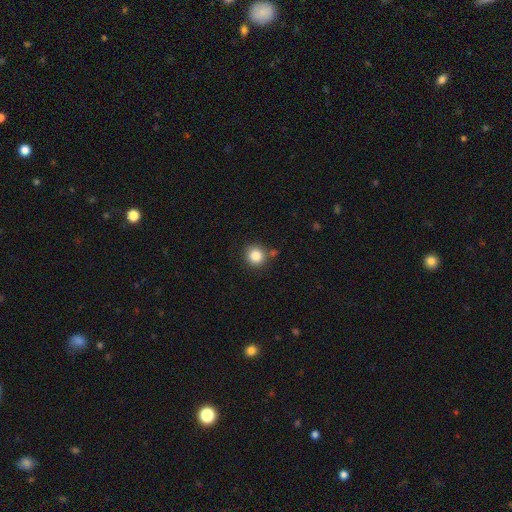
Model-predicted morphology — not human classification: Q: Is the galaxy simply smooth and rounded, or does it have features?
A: smooth — 85%.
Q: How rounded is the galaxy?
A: round — 92%.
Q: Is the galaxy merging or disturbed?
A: none — 79%.